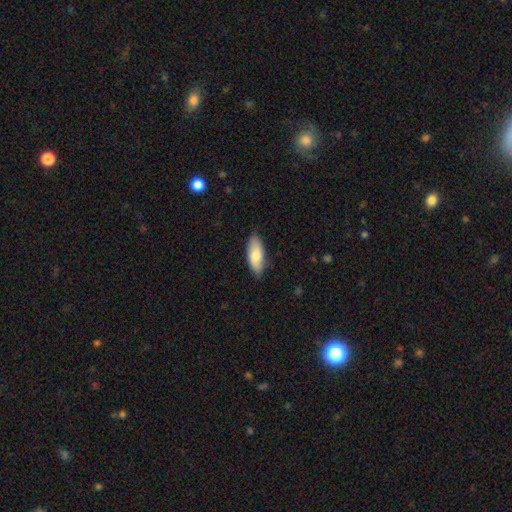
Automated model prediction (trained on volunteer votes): A smooth galaxy with no disk features (76%) that is in between round and cigar-shaped (79%).

Vote fractions:
- Smooth or featured? smooth: 76% / featured or disk: 19% / star or artifact: 6%
- How rounded? in between: 79% / cigar-shaped: 19% / round: 2%
- Merging? none: 83% / minor disturbance: 14% / major disturbance: 2% / merger: 1%